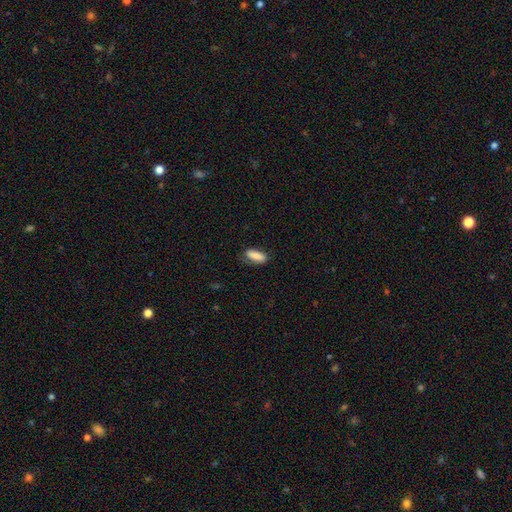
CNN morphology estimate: smooth 85%, featured or disk 8%, star or artifact 7%. Down the decision tree: how rounded — in between (69%); merging — none (72%).